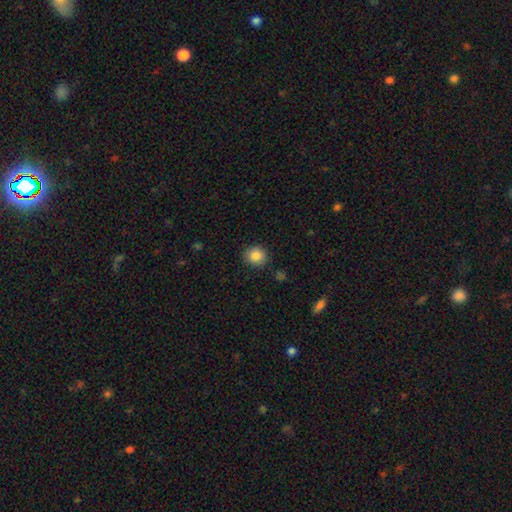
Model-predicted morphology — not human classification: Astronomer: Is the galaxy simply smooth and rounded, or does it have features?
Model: smooth — 86%.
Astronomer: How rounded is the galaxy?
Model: round — 85%.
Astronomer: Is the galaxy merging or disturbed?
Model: none — 88%.